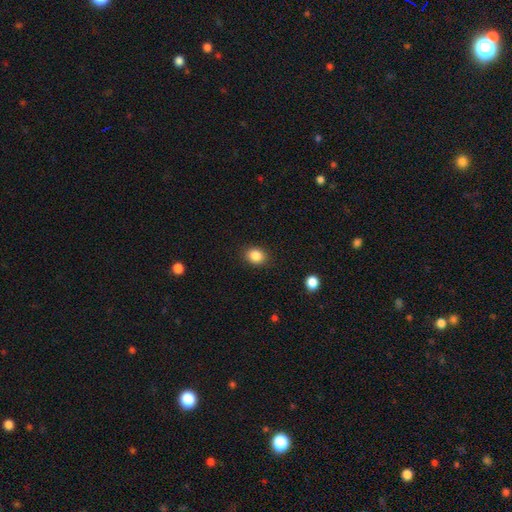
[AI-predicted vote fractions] The model was most divided on "how rounded": round: 53%, in between: 47%, cigar-shaped: 1%. More confident: merging — none (88%); smooth or featured — smooth (87%).